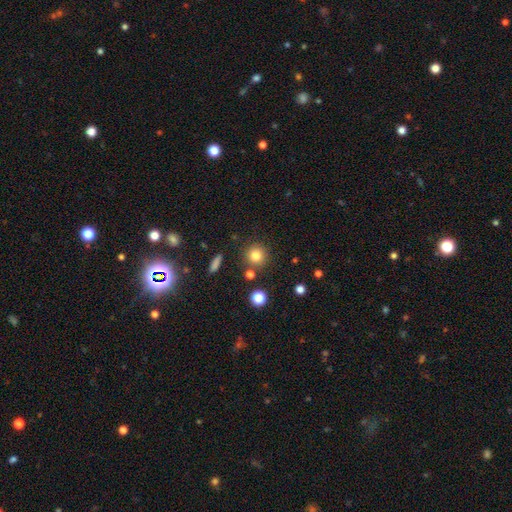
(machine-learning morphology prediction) This appears to be a smooth galaxy with no disk features (81%) that is round (92%). Merging: none (83%).